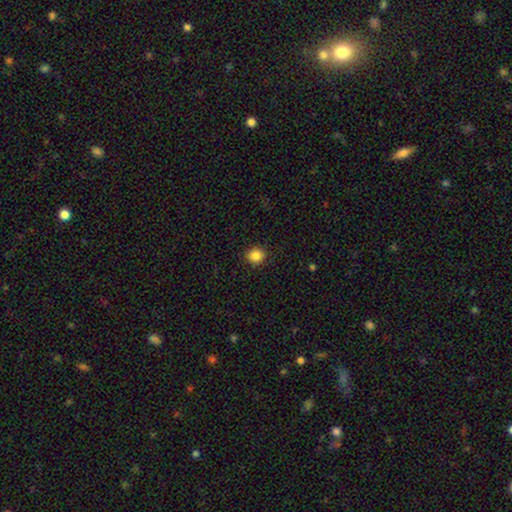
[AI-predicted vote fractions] Smooth or featured? Predicted: smooth (p=0.85). How rounded? Predicted: round (p=0.89). Merging? Predicted: none (p=0.91).